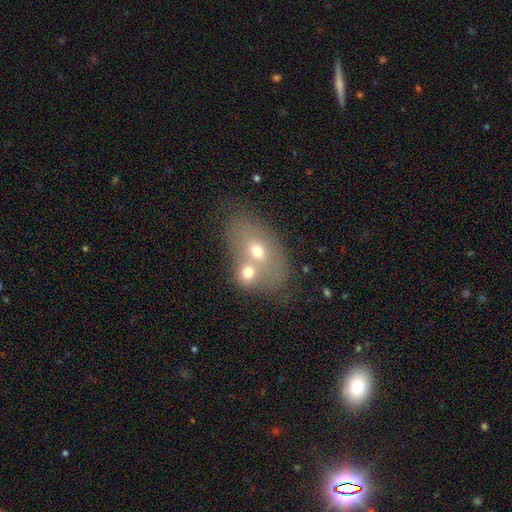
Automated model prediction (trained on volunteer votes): The model was most divided on "merging": merger: 53%, none: 33%, minor disturbance: 9%, major disturbance: 4%. More confident: how rounded — in between (75%); smooth or featured — smooth (54%).